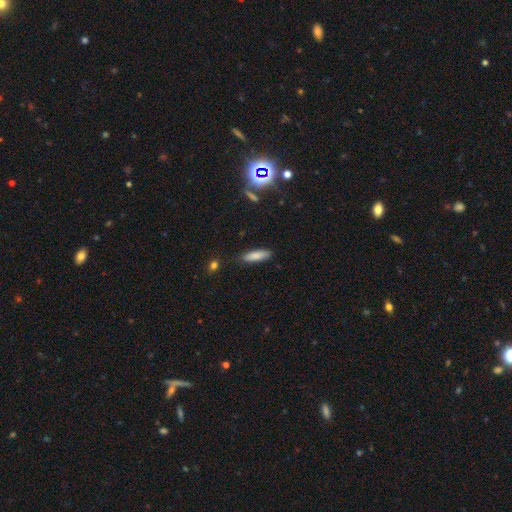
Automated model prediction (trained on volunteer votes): Overall: smooth (83%). How rounded: cigar-shaped (64%; in between 35%). Merging: none (85%).